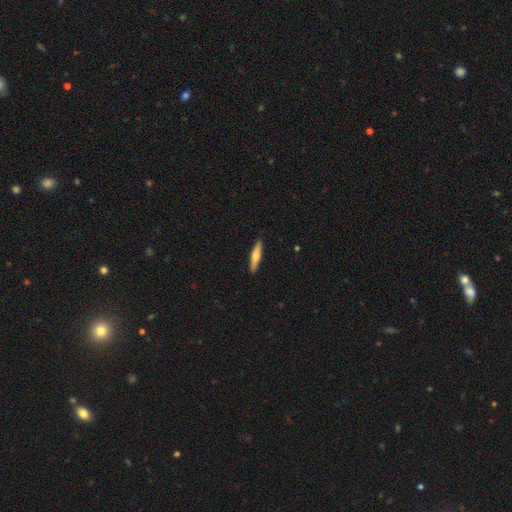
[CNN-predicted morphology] This is possibly a smooth galaxy (58%). How rounded: clearly cigar-shaped (85%). Merging: clearly none (91%).